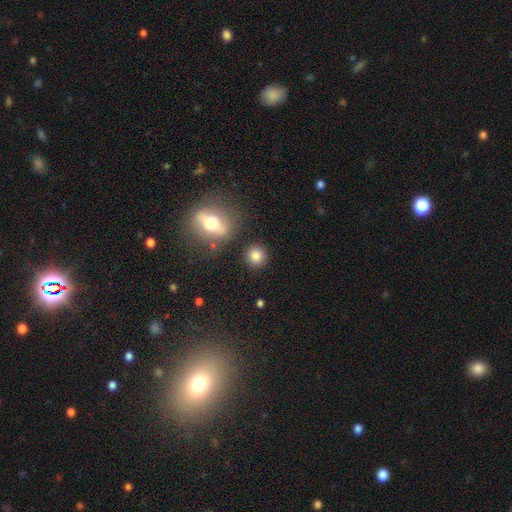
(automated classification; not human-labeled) This is clearly a smooth galaxy (82%). How rounded: clearly round (90%). Merging: clearly none (87%).